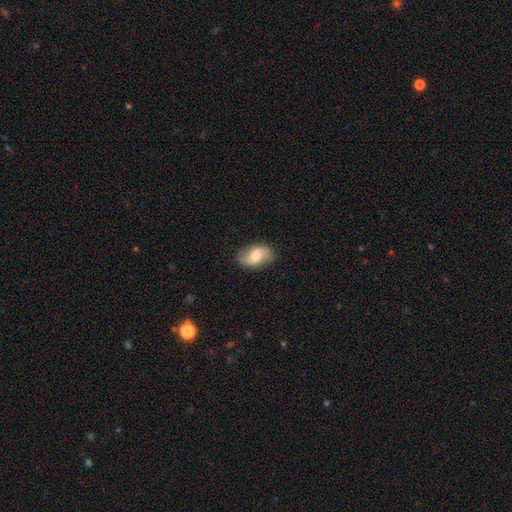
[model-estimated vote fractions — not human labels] smooth 52%, featured or disk 41%, star or artifact 7%. Down the decision tree: how rounded — in between (88%); merging — none (82%).